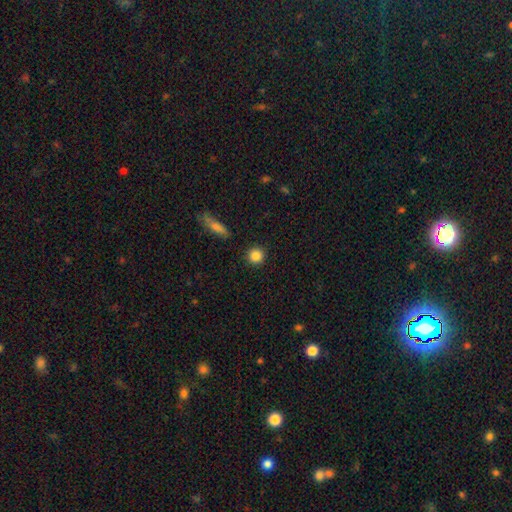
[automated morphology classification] smooth 86%, star or artifact 10%, featured or disk 5%. Down the decision tree: how rounded — round (93%); merging — none (91%).